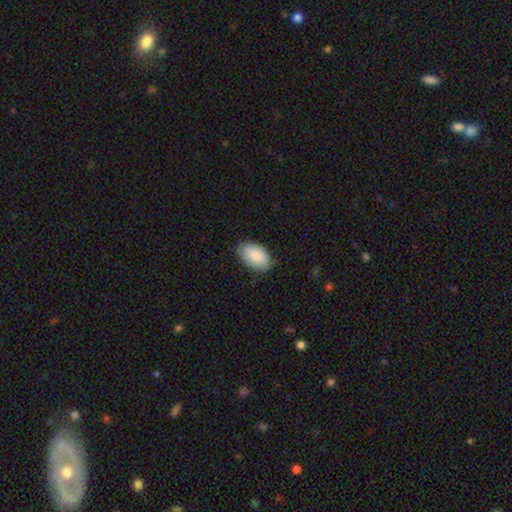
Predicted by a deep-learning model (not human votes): The model was most divided on "merging": none: 77%, minor disturbance: 19%, major disturbance: 3%, merger: 1%. More confident: how rounded — in between (94%); smooth or featured — smooth (88%).